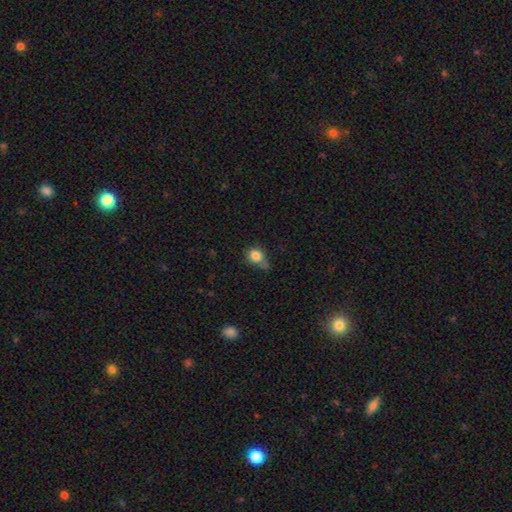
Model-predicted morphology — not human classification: smooth-or-featured: smooth: 82% | star or artifact: 10% | featured or disk: 8%
  how-rounded: round: 58% | in between: 41% | cigar-shaped: 1%
  merging: none: 48% | minor disturbance: 33% | major disturbance: 10% | merger: 9%